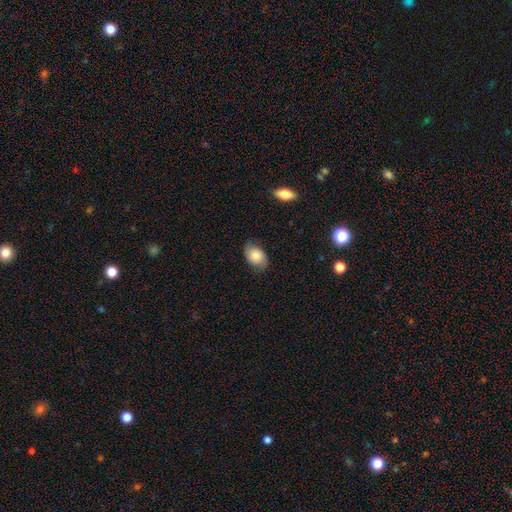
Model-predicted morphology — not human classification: A smooth galaxy with no disk features (67%) that is in between round and cigar-shaped (81%).

Vote fractions:
- Smooth or featured? smooth: 67% / featured or disk: 25% / star or artifact: 8%
- How rounded? in between: 81% / round: 18% / cigar-shaped: 1%
- Merging? none: 74% / minor disturbance: 20% / major disturbance: 5% / merger: 1%